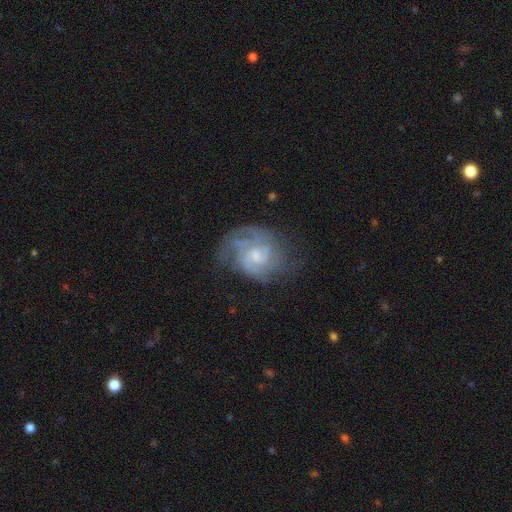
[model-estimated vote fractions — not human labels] A featured or disk galaxy (80%) with no bar (50%), 2 (33%) tight (48%) spiral arms (92%) and a small central bulge (42%).

Vote fractions:
- Smooth or featured? featured or disk: 80% / smooth: 13% / star or artifact: 6%
- Edge-on disk? no: 98% / yes: 2%
- Bar? no: 50% / weak: 44% / strong: 6%
- Spiral arms? yes: 92% / no: 8%
- Spiral winding? tight: 48% / medium: 40% / loose: 12%
- Spiral arm count? 2: 33% / can't tell: 30% / 3: 21% / 4: 6% / 1: 5% / more than 4: 4%
- Bulge size? small: 42% / moderate: 40% / none: 12% / large: 4% / dominant: 1%
- Merging? none: 56% / minor disturbance: 23% / major disturbance: 19% / merger: 2%